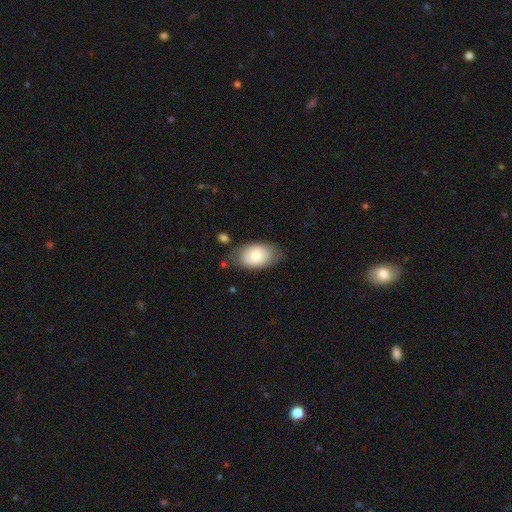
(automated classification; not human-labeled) This is likely a smooth galaxy (73%). How rounded: clearly in between (89%). Merging: likely none (70%).